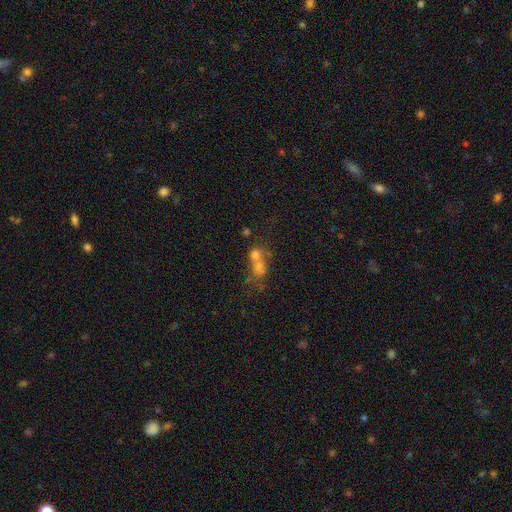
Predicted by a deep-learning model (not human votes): Smooth or featured: smooth — 59% (featured or disk — 23%)
How rounded: round — 59% (in between — 38%)
Merging: merger — 58% (none — 26%)